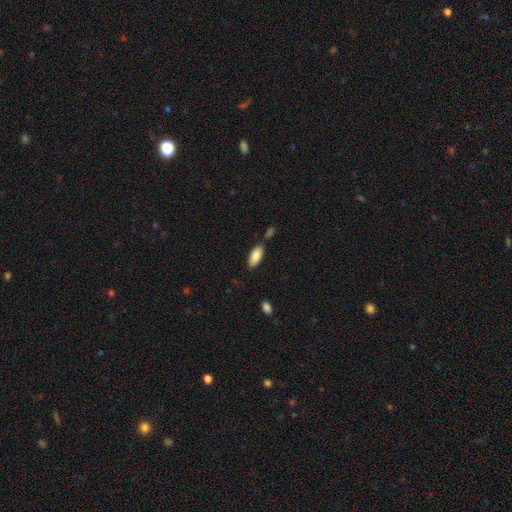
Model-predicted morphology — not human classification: The model was most divided on "merging": none: 74%, minor disturbance: 14%, merger: 8%, major disturbance: 3%. More confident: smooth or featured — smooth (86%); how rounded — in between (85%).